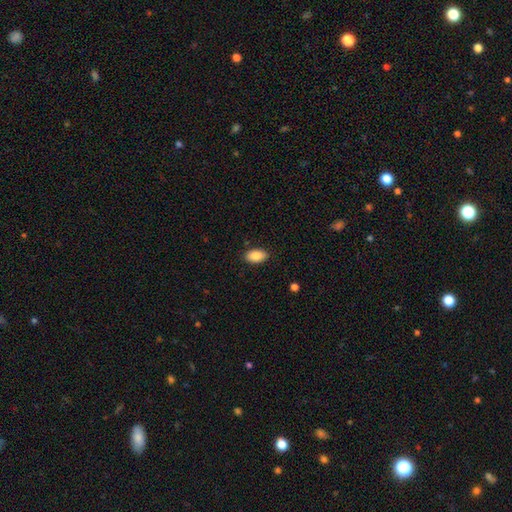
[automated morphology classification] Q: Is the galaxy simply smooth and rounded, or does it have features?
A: smooth — 87%.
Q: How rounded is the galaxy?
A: in between — 93%.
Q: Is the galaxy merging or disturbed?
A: none — 88%.